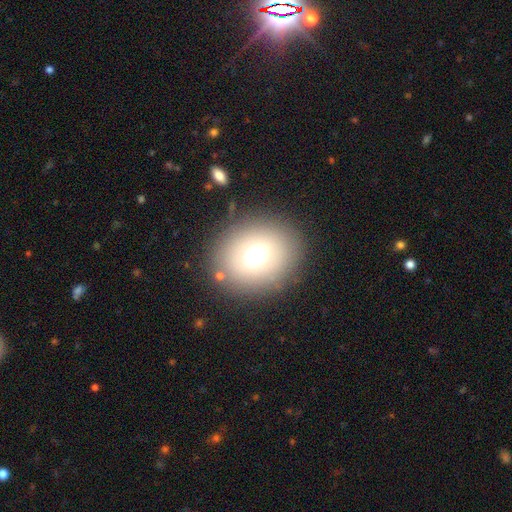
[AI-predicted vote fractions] Smooth or featured?
  - smooth: 63% *
  - featured or disk: 22%
  - star or artifact: 16%
How rounded?
  - round: 60% *
  - in between: 39%
  - cigar-shaped: 1%
Merging?
  - none: 82% *
  - minor disturbance: 9%
  - major disturbance: 5%
  - merger: 4%